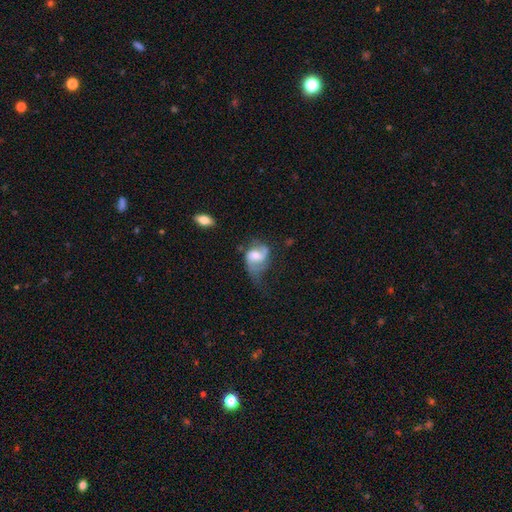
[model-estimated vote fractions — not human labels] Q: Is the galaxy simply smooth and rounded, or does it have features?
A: featured or disk — 68%.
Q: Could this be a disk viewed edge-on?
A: no — 97%.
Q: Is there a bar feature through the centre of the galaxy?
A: no — 49%.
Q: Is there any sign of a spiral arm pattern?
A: yes — 88%.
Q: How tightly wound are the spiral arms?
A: loose — 43%.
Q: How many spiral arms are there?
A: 2 — 72%.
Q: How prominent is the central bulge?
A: moderate — 54%.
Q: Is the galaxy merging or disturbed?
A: major disturbance — 36%.